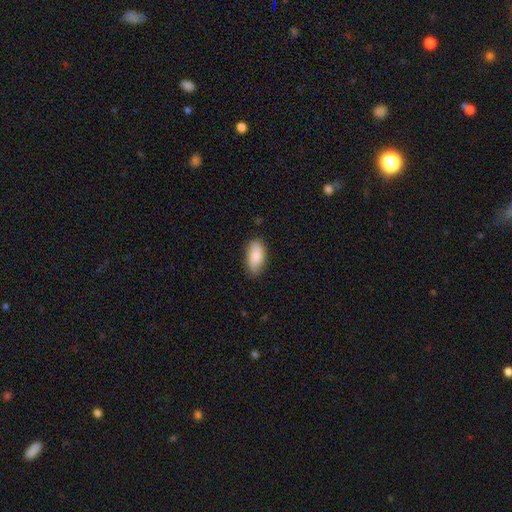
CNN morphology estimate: smooth 84%, featured or disk 10%, star or artifact 6%. Down the decision tree: how rounded — in between (91%); merging — none (80%).